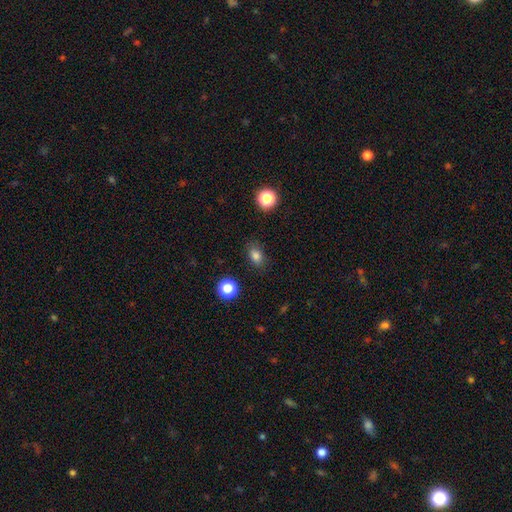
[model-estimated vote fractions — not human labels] A smooth galaxy with no disk features (81%) that is in between round and cigar-shaped (74%).

Vote fractions:
- Smooth or featured? smooth: 81% / star or artifact: 13% / featured or disk: 6%
- How rounded? in between: 74% / round: 23% / cigar-shaped: 2%
- Merging? none: 83% / minor disturbance: 12% / major disturbance: 3% / merger: 2%